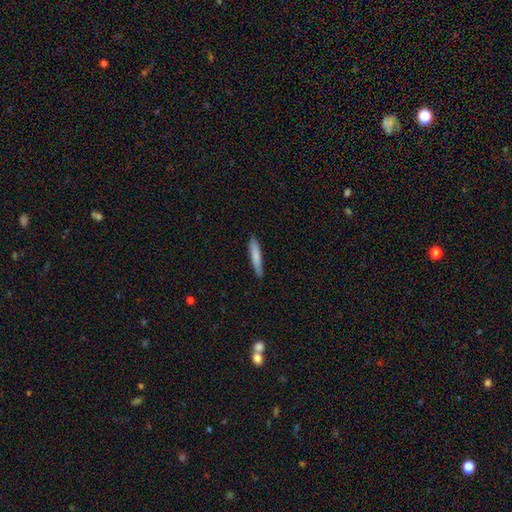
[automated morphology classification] Smooth or featured: smooth — 80% (featured or disk — 15%)
How rounded: cigar-shaped — 91% (in between — 8%)
Merging: none — 87% (minor disturbance — 10%)